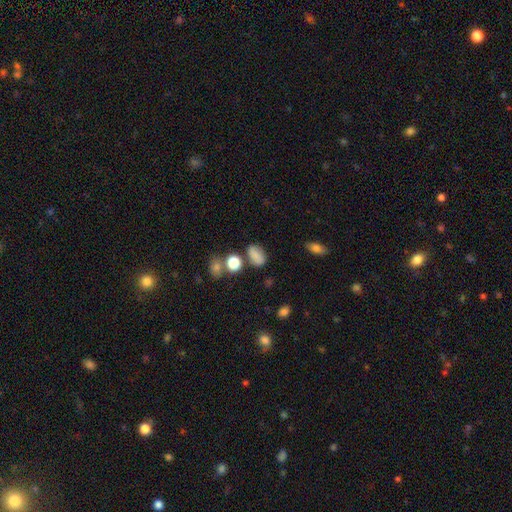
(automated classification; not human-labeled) This appears to be a smooth galaxy with no disk features (80%) that is in between round and cigar-shaped (80%). Merging: none (65%).